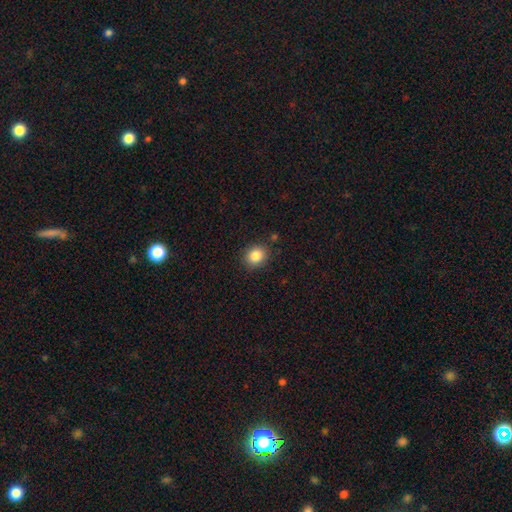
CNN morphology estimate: The model was most divided on "how rounded": round: 74%, in between: 25%, cigar-shaped: 1%. More confident: merging — none (87%); smooth or featured — smooth (85%).